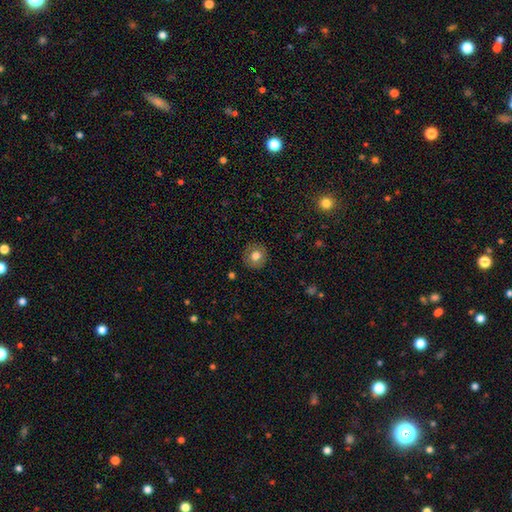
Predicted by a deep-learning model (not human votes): Smooth or featured? Predicted: smooth (p=0.76). How rounded? Predicted: round (p=0.92). Merging? Predicted: none (p=0.89).